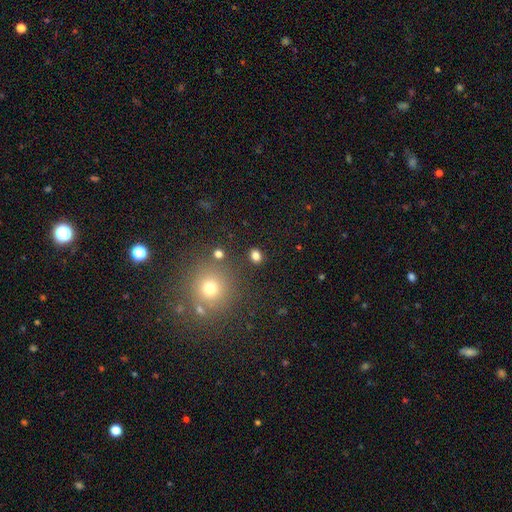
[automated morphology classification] type=smooth (79%); roundness=round (54%); merging=none (85%).